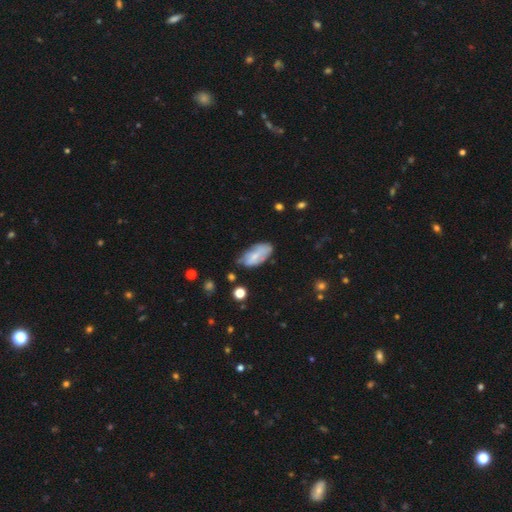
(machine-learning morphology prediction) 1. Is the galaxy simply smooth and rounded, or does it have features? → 59% smooth, 33% featured or disk, 8% star or artifact.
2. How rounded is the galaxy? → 91% in between, 7% cigar-shaped, 3% round.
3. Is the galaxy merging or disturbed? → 47% none, 36% minor disturbance, 12% major disturbance, 4% merger.